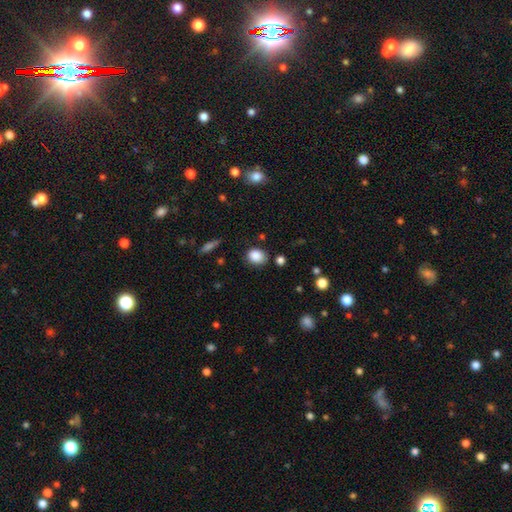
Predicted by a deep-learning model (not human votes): smooth-or-featured: smooth: 87% | star or artifact: 9% | featured or disk: 4%
  how-rounded: round: 53% | in between: 46% | cigar-shaped: 1%
  merging: none: 79% | minor disturbance: 14% | major disturbance: 3% | merger: 3%